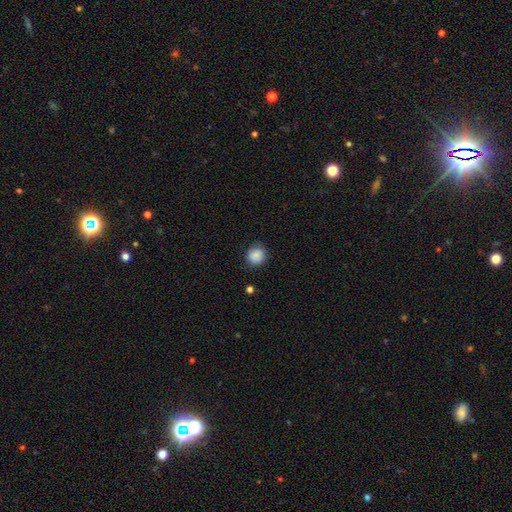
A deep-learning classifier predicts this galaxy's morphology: This is clearly a smooth galaxy (87%). How rounded: clearly round (87%). Merging: likely none (79%).